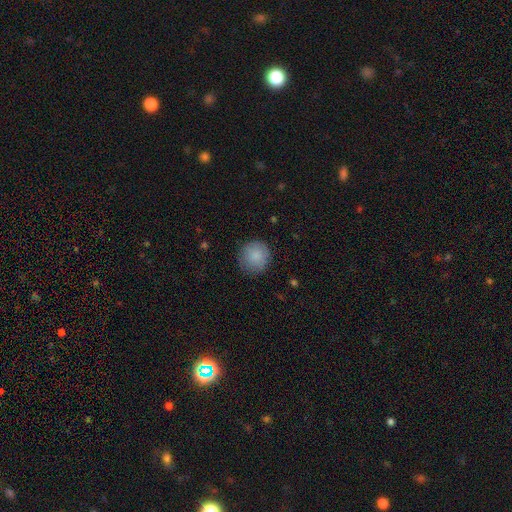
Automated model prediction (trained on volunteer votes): A smooth galaxy with no disk features (87%) that is round (93%).

Vote fractions:
- Smooth or featured? smooth: 87% / star or artifact: 7% / featured or disk: 7%
- How rounded? round: 93% / in between: 6% / cigar-shaped: 1%
- Merging? none: 84% / minor disturbance: 12% / major disturbance: 3% / merger: 1%